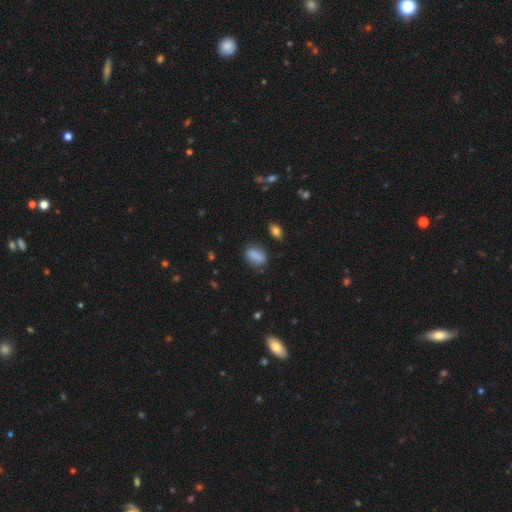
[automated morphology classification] Q: Smooth or featured?
A: smooth (84%); runner-up: star or artifact (8%)
Q: How rounded?
A: in between (80%); runner-up: round (13%)
Q: Merging?
A: none (77%); runner-up: minor disturbance (16%)